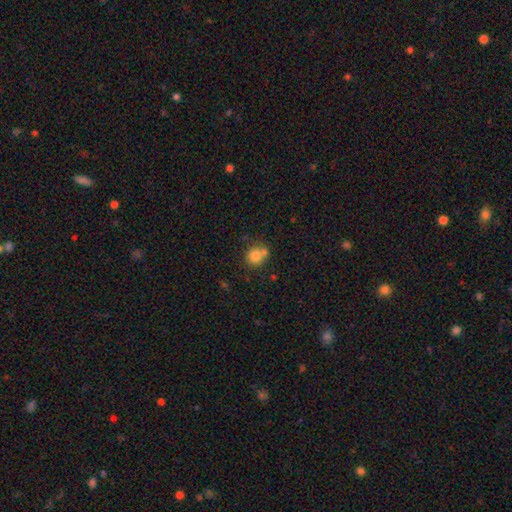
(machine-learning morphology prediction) smooth 80%, star or artifact 11%, featured or disk 10%. Down the decision tree: how rounded — round (84%); merging — none (53%).